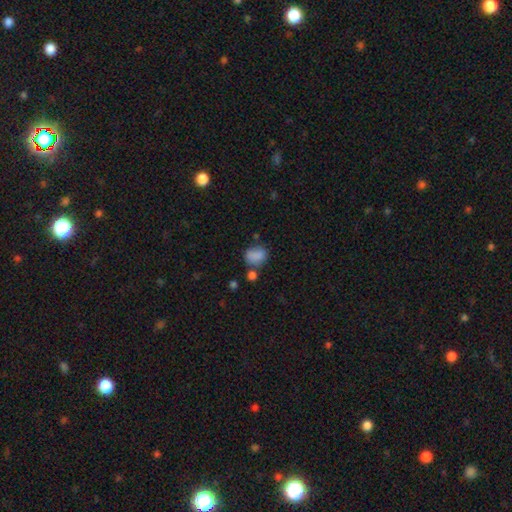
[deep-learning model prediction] Smooth or featured? smooth (83%)
How rounded? in between (61%)
Merging? none (59%)